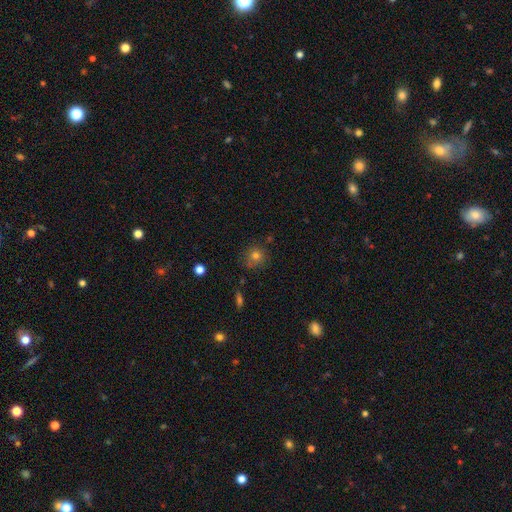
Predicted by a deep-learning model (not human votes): This appears to be a smooth galaxy with no disk features (76%) that is round (88%). Merging: none (74%).